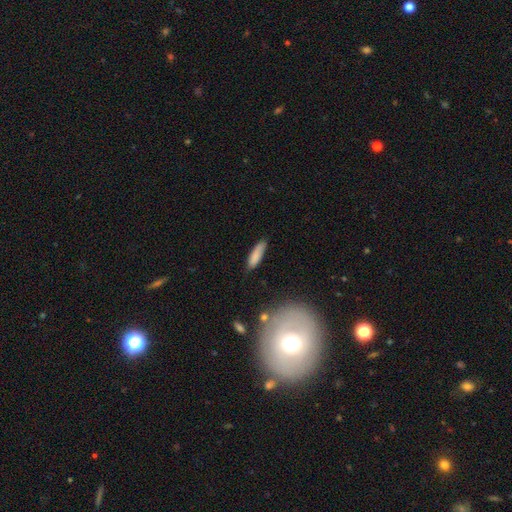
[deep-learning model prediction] Smooth or featured? Predicted: smooth (p=0.83). How rounded? Predicted: cigar-shaped (p=0.62). Merging? Predicted: none (p=0.78).